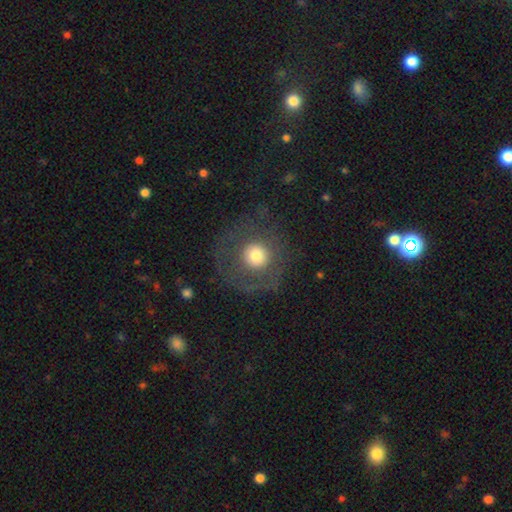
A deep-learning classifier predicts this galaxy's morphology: Smooth or featured? Predicted: smooth (p=0.60). How rounded? Predicted: round (p=0.93). Merging? Predicted: none (p=0.67).